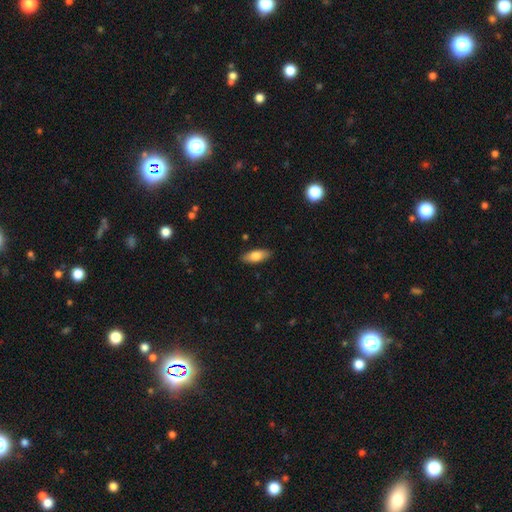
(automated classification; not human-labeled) Smooth or featured? smooth (77%)
How rounded? in between (74%)
Merging? none (88%)